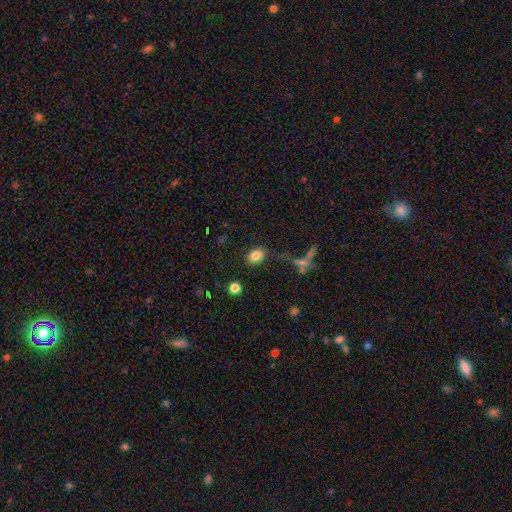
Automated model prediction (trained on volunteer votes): Smooth or featured?
  - smooth: 83% *
  - star or artifact: 10%
  - featured or disk: 7%
How rounded?
  - in between: 74% *
  - round: 25%
  - cigar-shaped: 2%
Merging?
  - none: 79% *
  - minor disturbance: 11%
  - major disturbance: 5%
  - merger: 5%